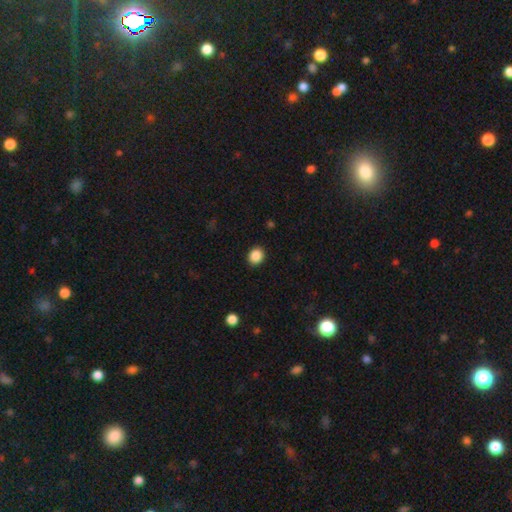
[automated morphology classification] A smooth galaxy with no disk features (88%) that is round (67%). Merging: none (90%).